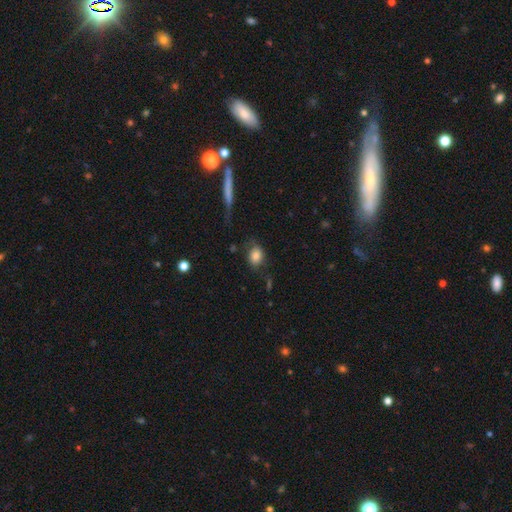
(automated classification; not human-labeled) The model was most divided on "how rounded": in between: 56%, round: 42%, cigar-shaped: 2%. More confident: smooth or featured — smooth (80%); merging — none (62%).